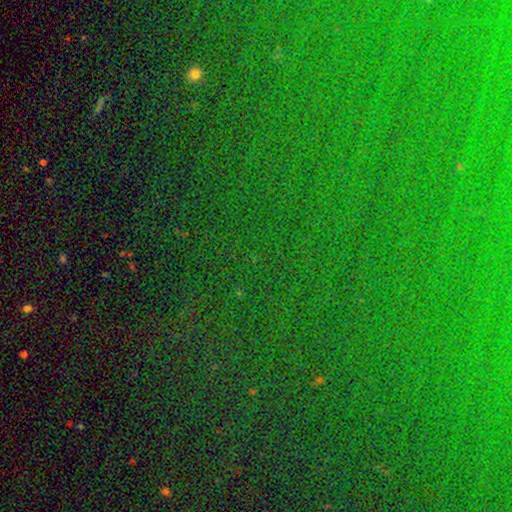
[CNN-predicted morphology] A star or artifact, not a galaxy (82%).

Vote fractions:
- Smooth or featured? star or artifact: 82% / smooth: 10% / featured or disk: 8%